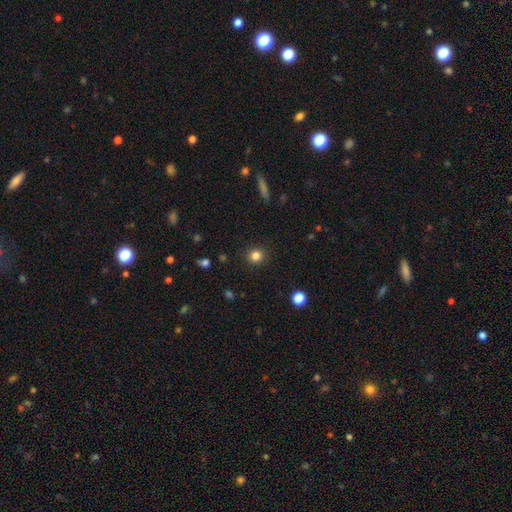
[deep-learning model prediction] Overall: smooth (83%). How rounded: round (91%). Merging: none (91%).